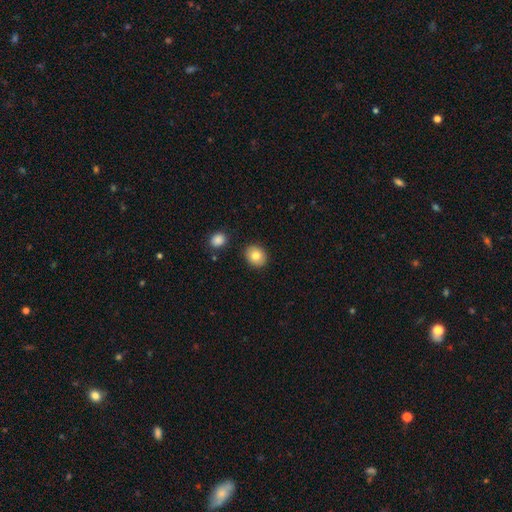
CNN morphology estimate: smooth_or_featured: smooth (p=0.81) [alt: featured or disk p=0.10]
how_rounded: round (p=0.62) [alt: in between p=0.37]
merging: none (p=0.88) [alt: minor disturbance p=0.08]